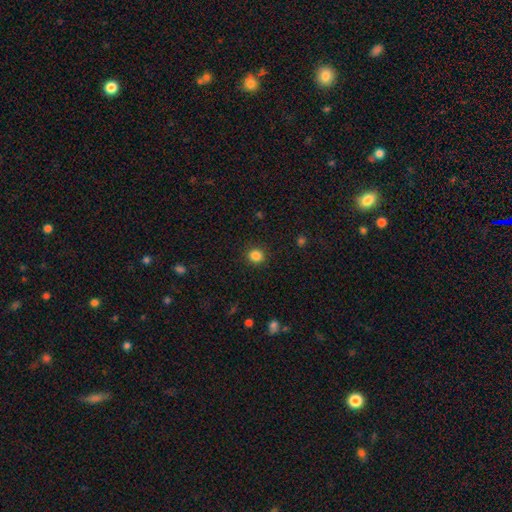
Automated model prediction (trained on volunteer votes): Overall: smooth (85%). How rounded: round (90%). Merging: none (91%).